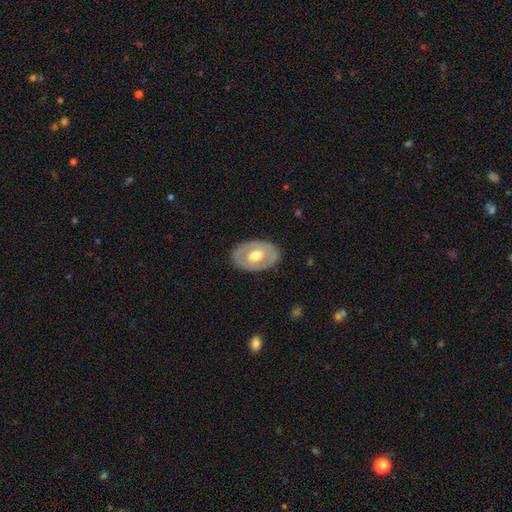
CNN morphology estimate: Smooth or featured: featured or disk — 52% (smooth — 43%)
Edge-on disk: no — 89% (yes — 11%)
Merging: none — 84% (minor disturbance — 12%)